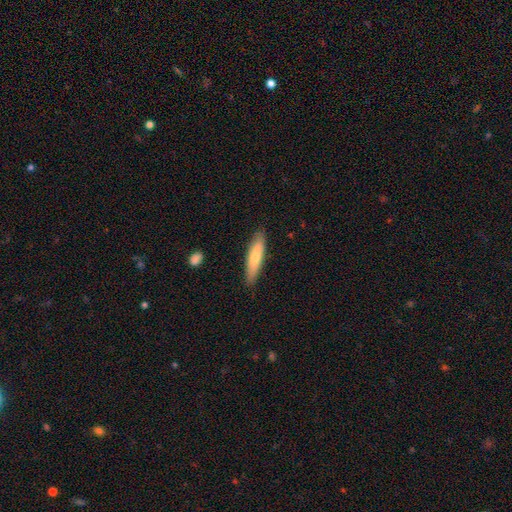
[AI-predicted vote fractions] Smooth or featured: smooth — 71% (featured or disk — 23%)
How rounded: cigar-shaped — 78% (in between — 20%)
Merging: none — 88% (minor disturbance — 9%)